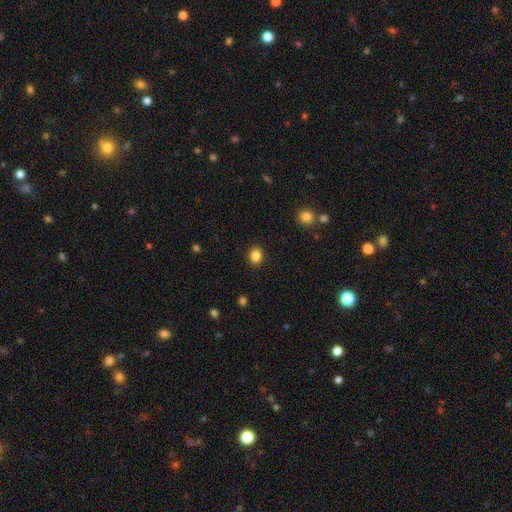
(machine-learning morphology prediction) Smooth or featured?
  - smooth: 86% *
  - star or artifact: 10%
  - featured or disk: 4%
How rounded?
  - round: 62% *
  - in between: 37%
  - cigar-shaped: 1%
Merging?
  - none: 90% *
  - minor disturbance: 6%
  - major disturbance: 2%
  - merger: 1%